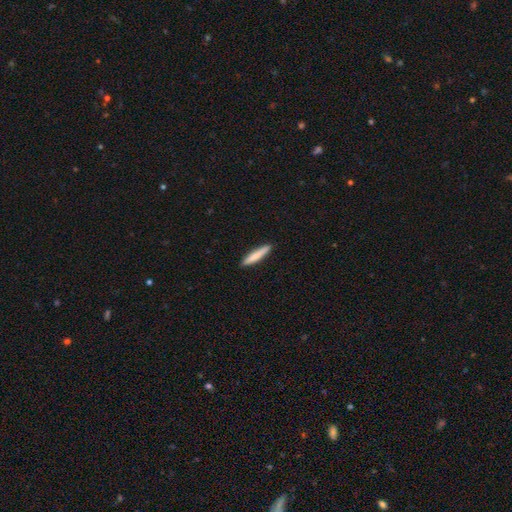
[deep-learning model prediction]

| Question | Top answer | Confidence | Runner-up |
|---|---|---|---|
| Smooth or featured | smooth | 77% | featured or disk (18%) |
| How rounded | cigar-shaped | 92% | in between (7%) |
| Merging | none | 91% | minor disturbance (7%) |